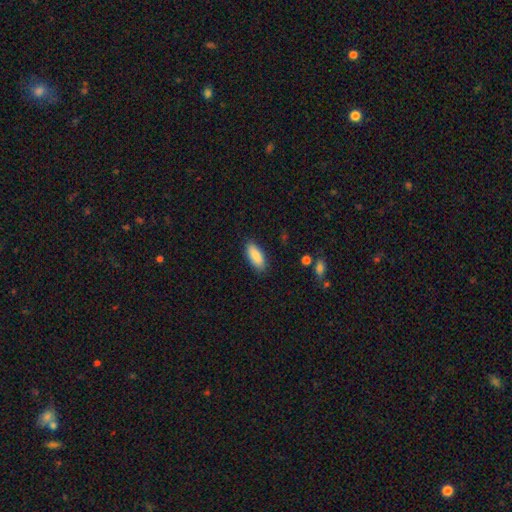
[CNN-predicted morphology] This appears to be a smooth galaxy with no disk features (89%) that is in between round and cigar-shaped (82%). Merging: none (85%).